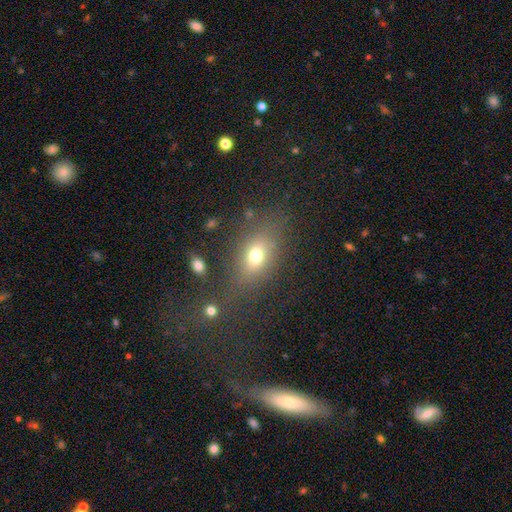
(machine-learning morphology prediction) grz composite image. It shows a smooth galaxy with no disk features (69%) that is in between round and cigar-shaped (70%). Merging: none (70%).